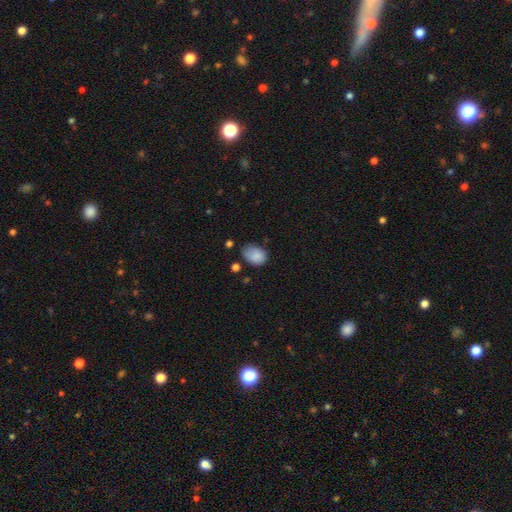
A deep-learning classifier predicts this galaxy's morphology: Overall: smooth (84%). How rounded: in between (78%). Merging: none (51%; minor disturbance 35%).